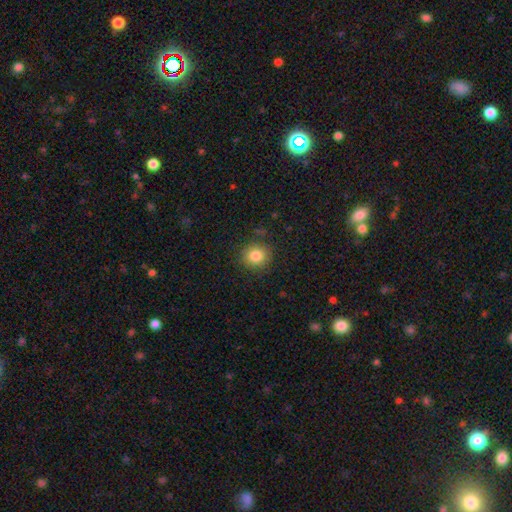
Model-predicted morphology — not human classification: smooth_or_featured: smooth (p=0.84) [alt: star or artifact p=0.10]
how_rounded: round (p=0.88) [alt: in between p=0.11]
merging: none (p=0.86) [alt: minor disturbance p=0.09]